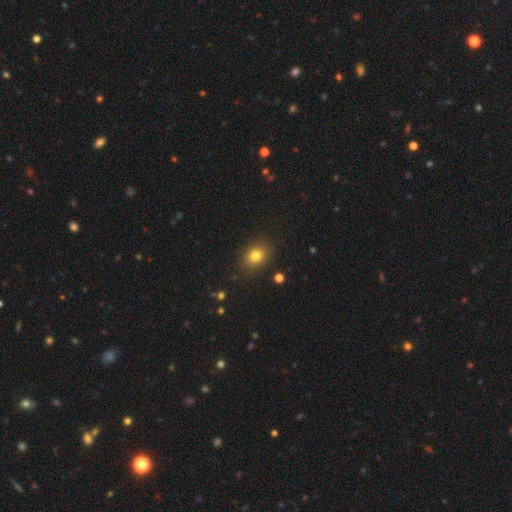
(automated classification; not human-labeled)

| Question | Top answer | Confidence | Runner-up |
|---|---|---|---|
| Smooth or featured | smooth | 80% | star or artifact (12%) |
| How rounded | in between | 53% | round (45%) |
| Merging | none | 86% | minor disturbance (10%) |